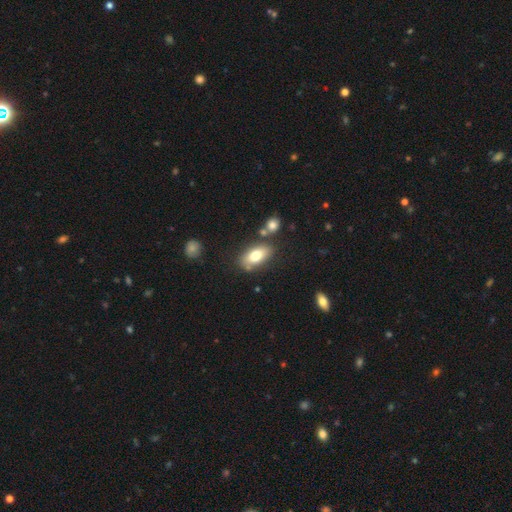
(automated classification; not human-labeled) A smooth galaxy with no disk features (75%) that is in between round and cigar-shaped (89%). Merging: none (69%).